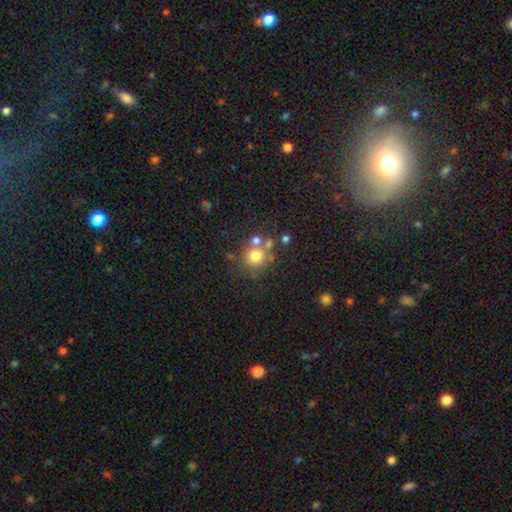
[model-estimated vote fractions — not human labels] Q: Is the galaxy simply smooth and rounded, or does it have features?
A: smooth — 70%.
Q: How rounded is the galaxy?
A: round — 88%.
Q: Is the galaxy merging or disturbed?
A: none — 58%.